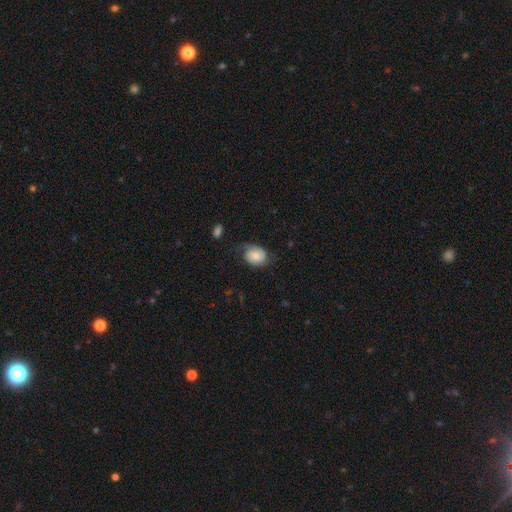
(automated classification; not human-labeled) featured or disk 48%, smooth 43%, star or artifact 8%. Down the decision tree: merging — none (55%).